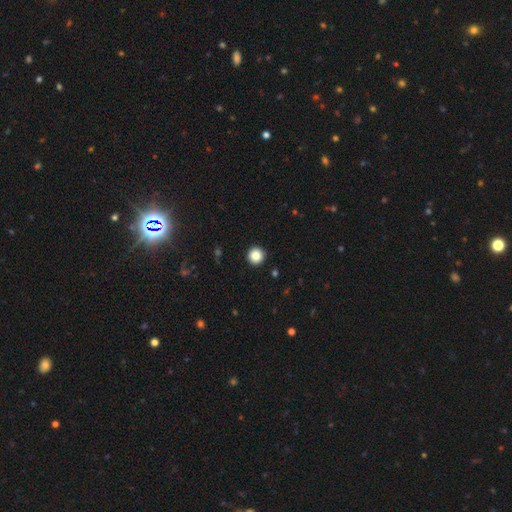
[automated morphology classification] Smooth or featured? Predicted: smooth (p=0.85). How rounded? Predicted: round (p=0.96). Merging? Predicted: none (p=0.94).